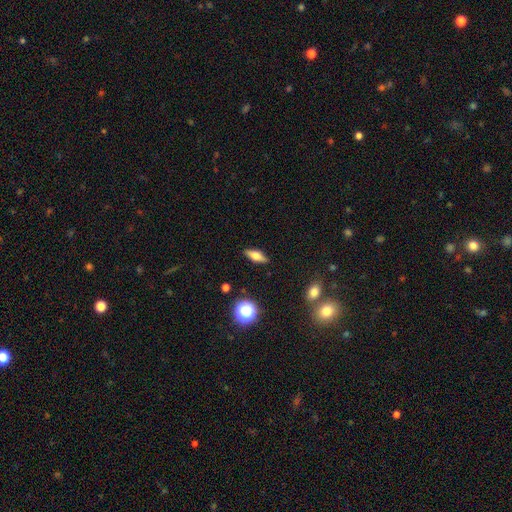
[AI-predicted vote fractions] The model was most divided on "smooth or featured": smooth: 48%, featured or disk: 42%, star or artifact: 9%. More confident: merging — none (89%).